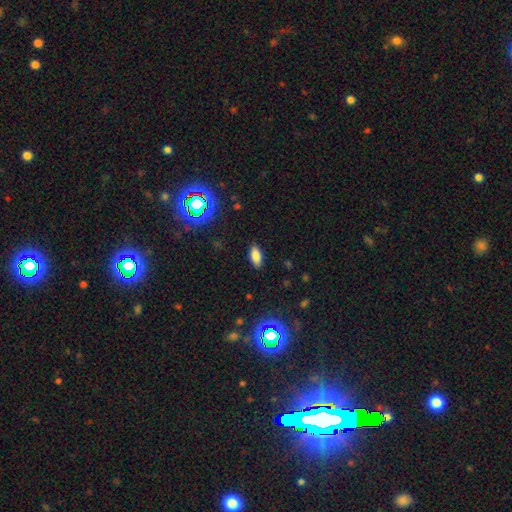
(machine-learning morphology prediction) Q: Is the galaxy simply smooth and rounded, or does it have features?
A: smooth — 79%.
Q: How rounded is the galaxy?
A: in between — 84%.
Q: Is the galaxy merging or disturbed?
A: none — 88%.